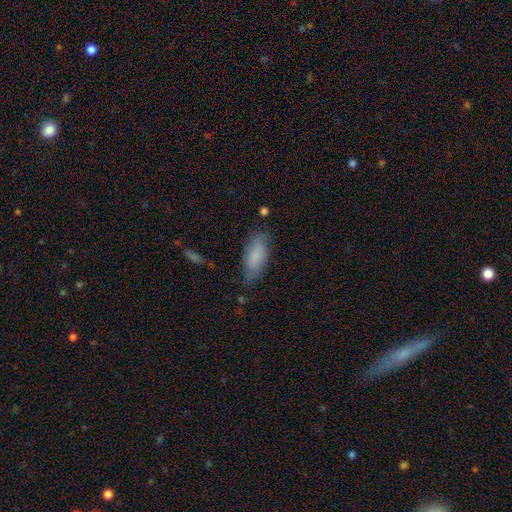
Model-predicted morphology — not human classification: A smooth galaxy with no disk features (69%) that is in between round and cigar-shaped (84%). Merging: none (69%).